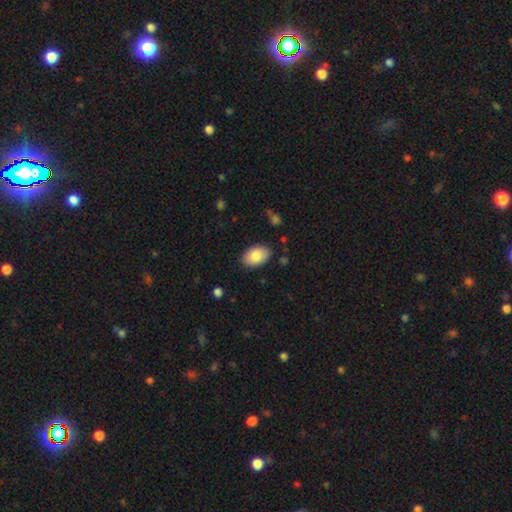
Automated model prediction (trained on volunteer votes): This appears to be a smooth galaxy with no disk features (84%) that is in between round and cigar-shaped (91%). Merging: none (86%).